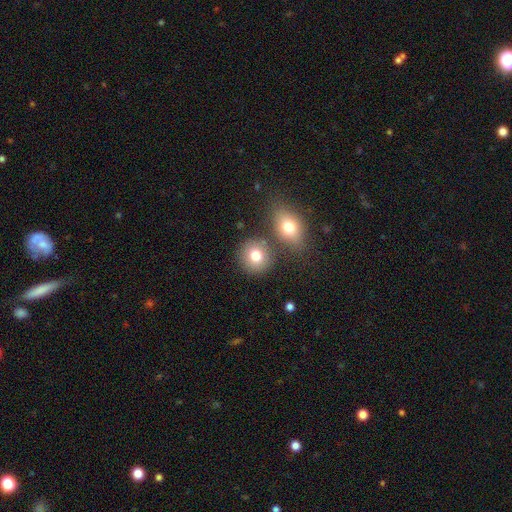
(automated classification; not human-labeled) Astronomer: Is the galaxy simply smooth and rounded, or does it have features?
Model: smooth — 79%.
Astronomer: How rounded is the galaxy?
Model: round — 85%.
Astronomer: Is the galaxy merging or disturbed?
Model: none — 72%.